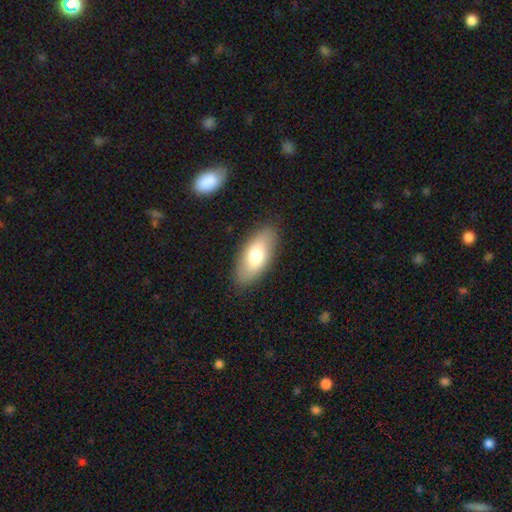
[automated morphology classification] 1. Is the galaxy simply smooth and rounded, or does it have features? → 72% smooth, 22% featured or disk, 6% star or artifact.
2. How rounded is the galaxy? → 88% in between, 9% cigar-shaped, 3% round.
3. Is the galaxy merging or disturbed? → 87% none, 9% minor disturbance, 2% major disturbance, 1% merger.